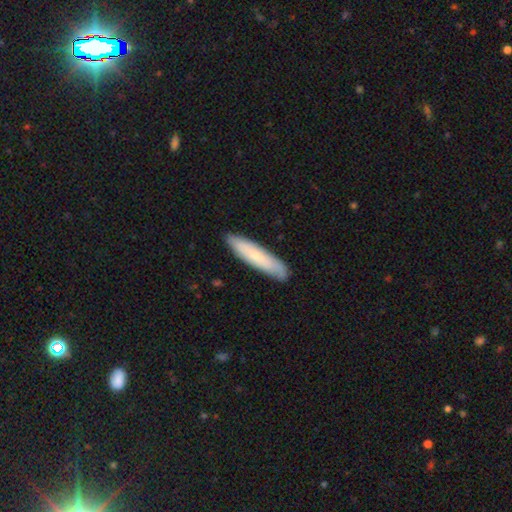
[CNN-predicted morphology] This appears to be a smooth galaxy with no disk features (64%) that is cigar-shaped (81%). Merging: none (83%).